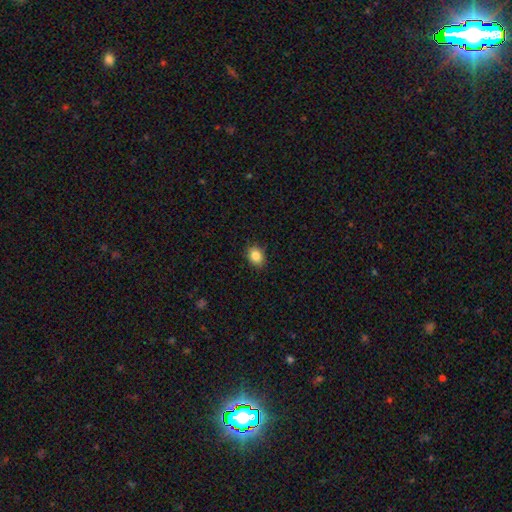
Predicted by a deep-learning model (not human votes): smooth-or-featured: smooth: 85% | star or artifact: 9% | featured or disk: 6%
  how-rounded: in between: 53% | round: 46% | cigar-shaped: 1%
  merging: none: 88% | minor disturbance: 9% | major disturbance: 2% | merger: 1%